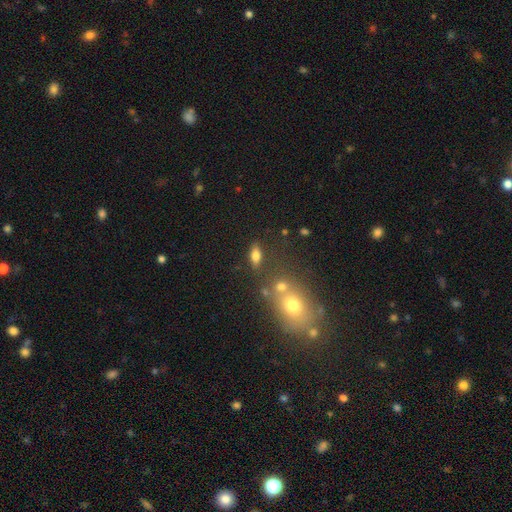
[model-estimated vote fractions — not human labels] Smooth or featured?
  - smooth: 69% *
  - featured or disk: 19%
  - star or artifact: 12%
How rounded?
  - in between: 76% *
  - cigar-shaped: 15%
  - round: 9%
Merging?
  - none: 72% *
  - minor disturbance: 13%
  - merger: 9%
  - major disturbance: 5%